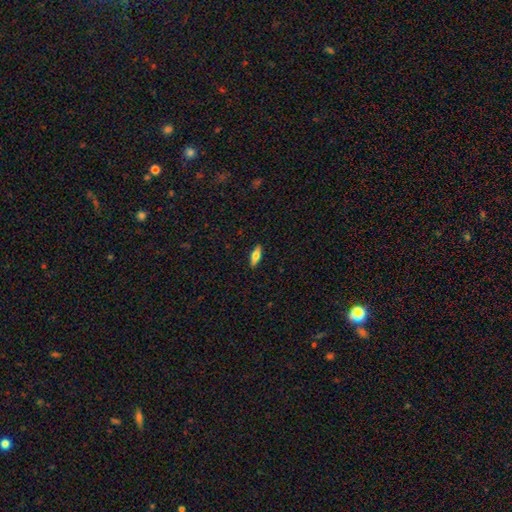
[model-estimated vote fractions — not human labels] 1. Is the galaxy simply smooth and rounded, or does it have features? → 67% smooth, 26% featured or disk, 6% star or artifact.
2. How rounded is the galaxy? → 63% in between, 34% cigar-shaped, 2% round.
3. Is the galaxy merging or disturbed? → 90% none, 8% minor disturbance, 2% major disturbance, 1% merger.